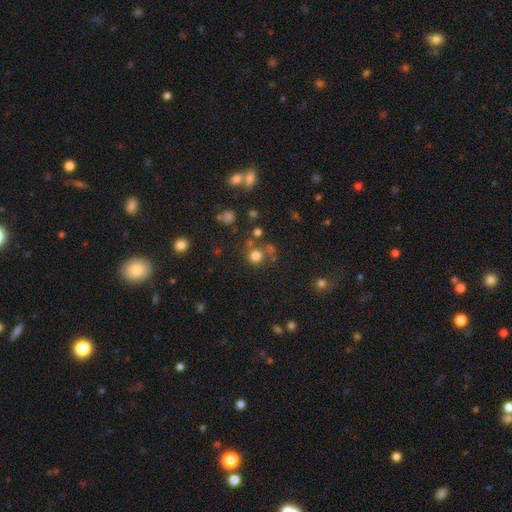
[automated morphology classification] Smooth or featured? smooth (74%)
How rounded? round (91%)
Merging? none (69%)